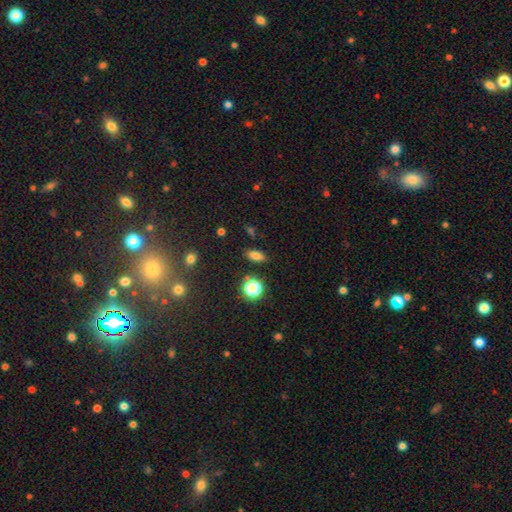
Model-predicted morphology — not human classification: A smooth galaxy with no disk features (75%) that is in between round and cigar-shaped (79%).

Vote fractions:
- Smooth or featured? smooth: 75% / star or artifact: 17% / featured or disk: 8%
- How rounded? in between: 79% / round: 11% / cigar-shaped: 10%
- Merging? none: 86% / minor disturbance: 9% / major disturbance: 3% / merger: 2%